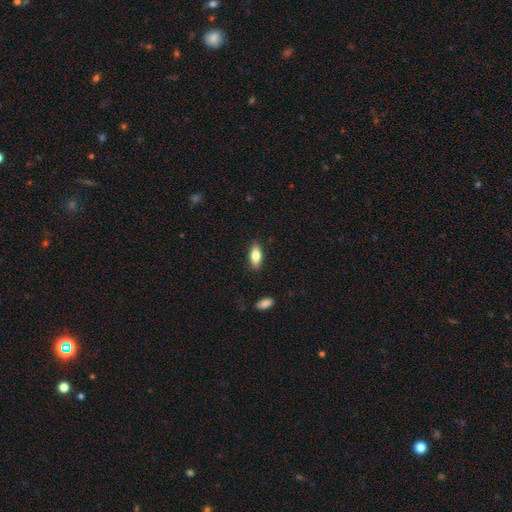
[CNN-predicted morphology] Smooth or featured? smooth (79%)
How rounded? in between (82%)
Merging? none (87%)